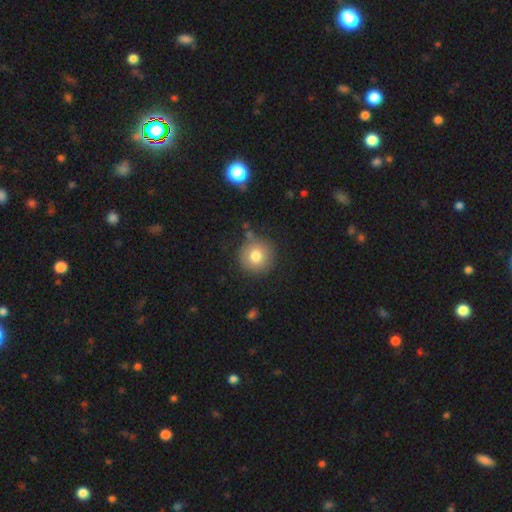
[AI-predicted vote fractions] This is likely a smooth galaxy (78%). How rounded: clearly round (94%). Merging: clearly none (83%).